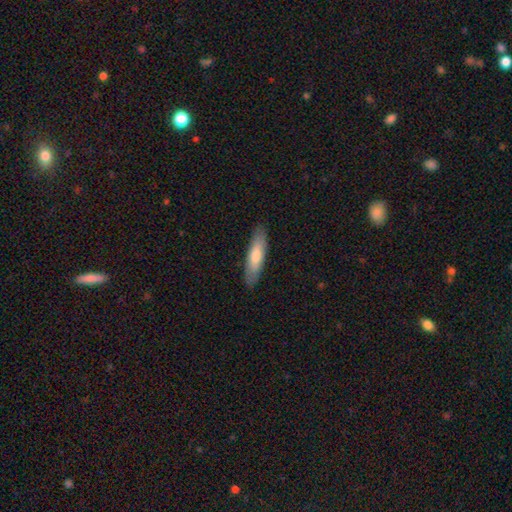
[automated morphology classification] Smooth or featured? smooth (71%)
How rounded? cigar-shaped (69%)
Merging? none (88%)